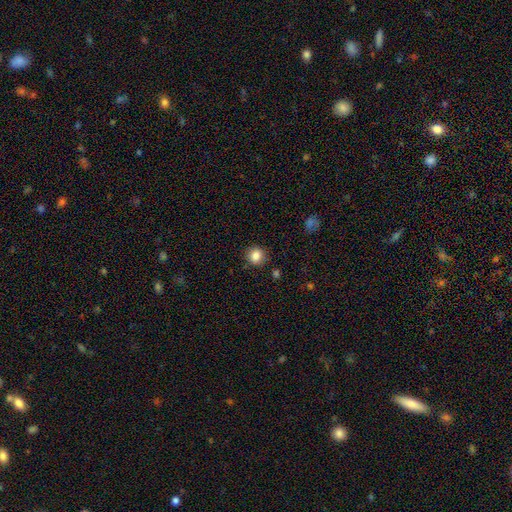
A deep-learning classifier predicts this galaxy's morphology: This is clearly a smooth galaxy (85%). How rounded: clearly round (85%). Merging: clearly none (87%).